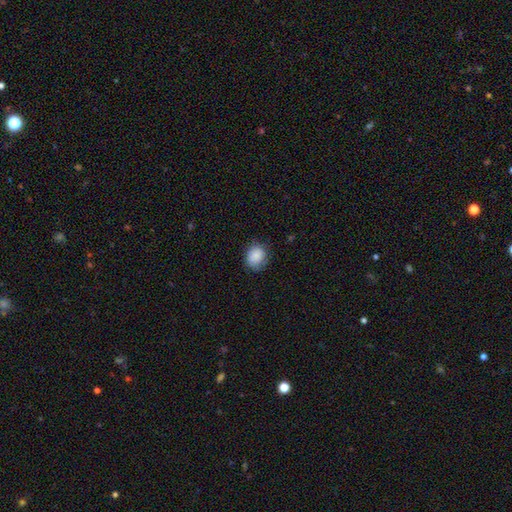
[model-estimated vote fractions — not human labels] Smooth or featured?
  - smooth: 88% *
  - star or artifact: 7%
  - featured or disk: 5%
How rounded?
  - round: 62% *
  - in between: 37%
  - cigar-shaped: 1%
Merging?
  - none: 74% *
  - minor disturbance: 20%
  - major disturbance: 5%
  - merger: 1%